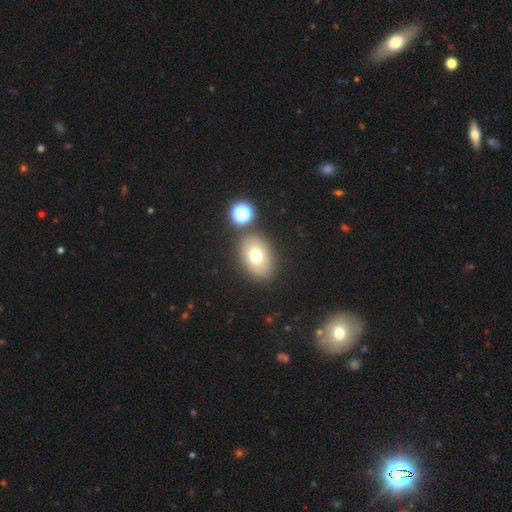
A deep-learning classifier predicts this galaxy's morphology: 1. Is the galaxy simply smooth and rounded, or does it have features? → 71% smooth, 17% featured or disk, 12% star or artifact.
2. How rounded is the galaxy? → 77% in between, 22% round, 1% cigar-shaped.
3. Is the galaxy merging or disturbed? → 79% none, 10% minor disturbance, 7% merger, 4% major disturbance.